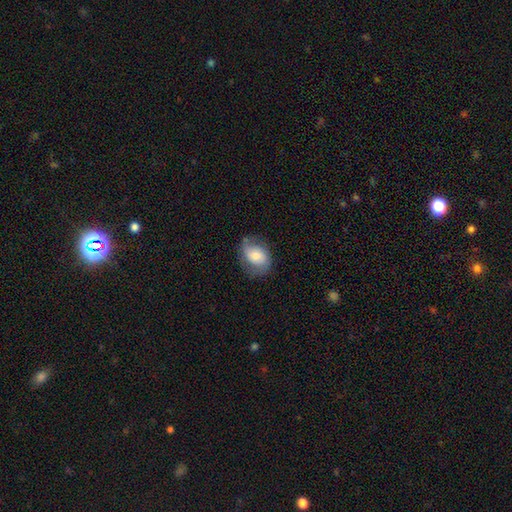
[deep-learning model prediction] Smooth or featured: smooth — 60% (featured or disk — 33%)
How rounded: in between — 65% (round — 34%)
Merging: none — 67% (minor disturbance — 23%)